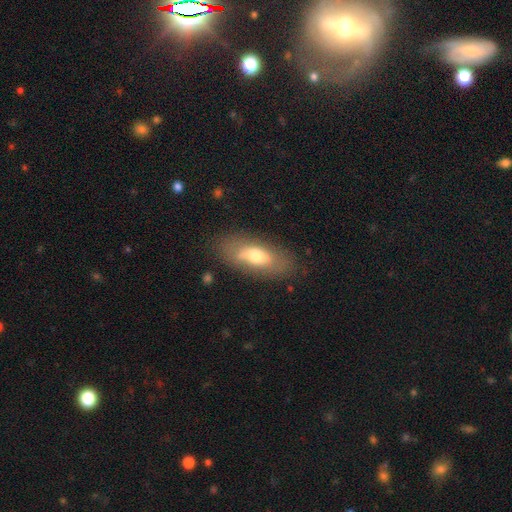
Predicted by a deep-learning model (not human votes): The model was most divided on "smooth or featured": smooth: 61%, featured or disk: 32%, star or artifact: 7%. More confident: how rounded — in between (80%); merging — none (76%).